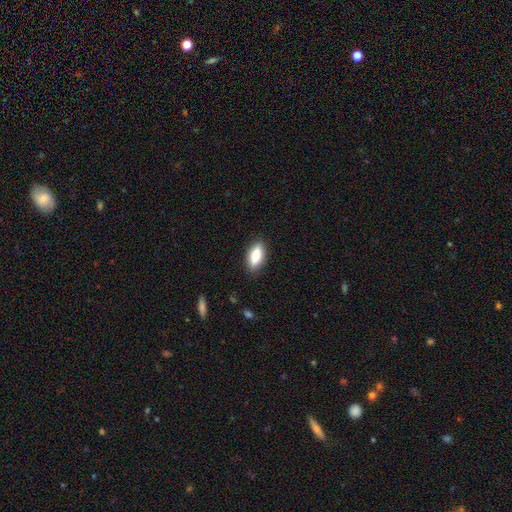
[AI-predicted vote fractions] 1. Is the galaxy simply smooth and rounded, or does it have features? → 79% smooth, 15% featured or disk, 7% star or artifact.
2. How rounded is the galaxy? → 75% in between, 22% cigar-shaped, 3% round.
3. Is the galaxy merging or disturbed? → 87% none, 10% minor disturbance, 2% major disturbance, 1% merger.